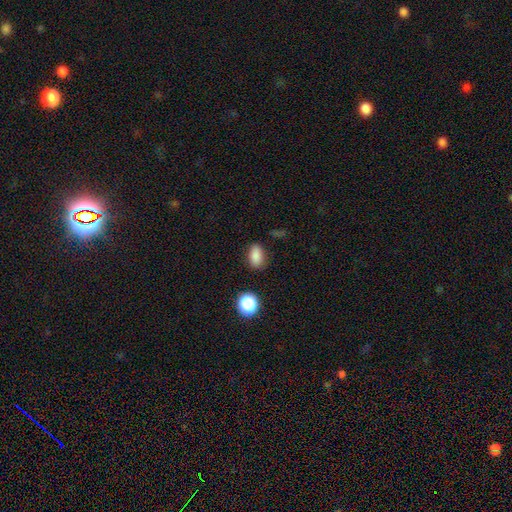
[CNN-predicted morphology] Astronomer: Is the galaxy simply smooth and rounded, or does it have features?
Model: smooth — 84%.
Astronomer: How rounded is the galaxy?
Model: in between — 84%.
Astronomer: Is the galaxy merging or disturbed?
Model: none — 82%.